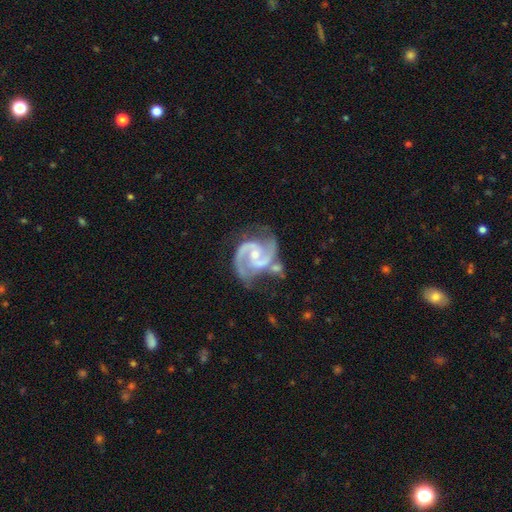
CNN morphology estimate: smooth_or_featured: featured or disk (p=0.93) [alt: star or artifact p=0.04]
disk_edge_on: no (p=0.98) [alt: yes p=0.02]
bar: weak (p=0.43) [tied with: no p=0.43]
has_spiral_arms: yes (p=0.99) [alt: no p=0.01]
spiral_winding: medium (p=0.64) [alt: tight p=0.23]
spiral_arm_count: 2 (p=0.92) [alt: 3 p=0.03]
bulge_size: small (p=0.50) [alt: moderate p=0.46]
merging: none (p=0.55) [alt: minor disturbance p=0.23]